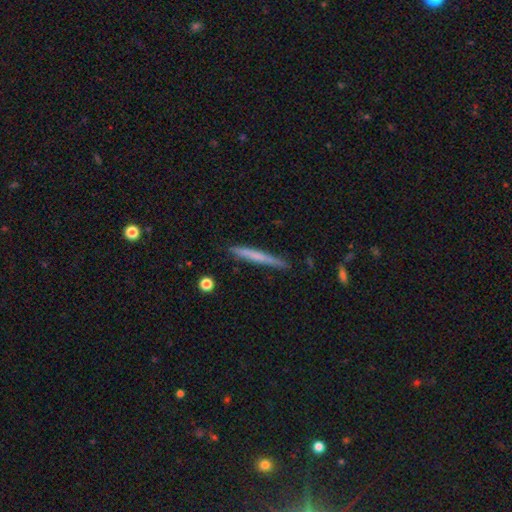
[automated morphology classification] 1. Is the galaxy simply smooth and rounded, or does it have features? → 57% smooth, 37% featured or disk, 6% star or artifact.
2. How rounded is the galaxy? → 96% cigar-shaped, 2% in between, 1% round.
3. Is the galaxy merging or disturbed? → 85% none, 11% minor disturbance, 2% major disturbance, 2% merger.